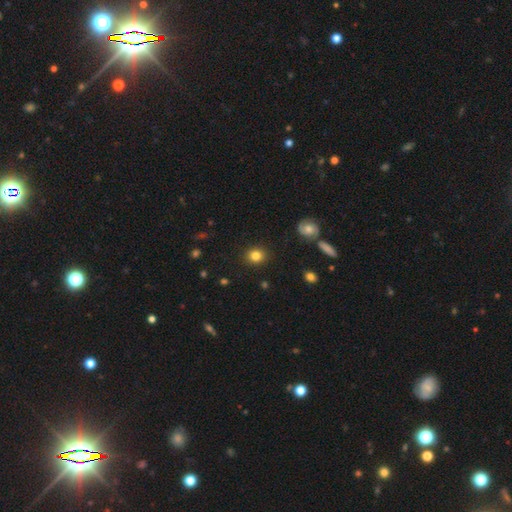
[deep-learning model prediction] Morphology: type=smooth (83%); roundness=round (78%); merging=none (90%).